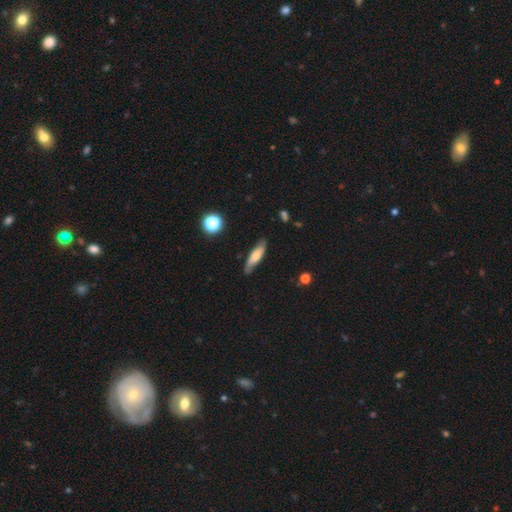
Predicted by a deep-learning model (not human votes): smooth_or_featured: smooth (p=0.60) [alt: featured or disk p=0.32]
how_rounded: cigar-shaped (p=0.59) [alt: in between p=0.39]
merging: none (p=0.76) [alt: minor disturbance p=0.19]